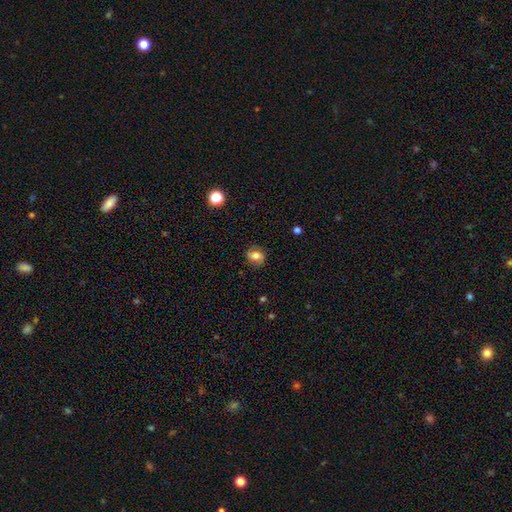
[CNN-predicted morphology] A smooth galaxy with no disk features (52%) that is round (54%). Merging: none (81%).